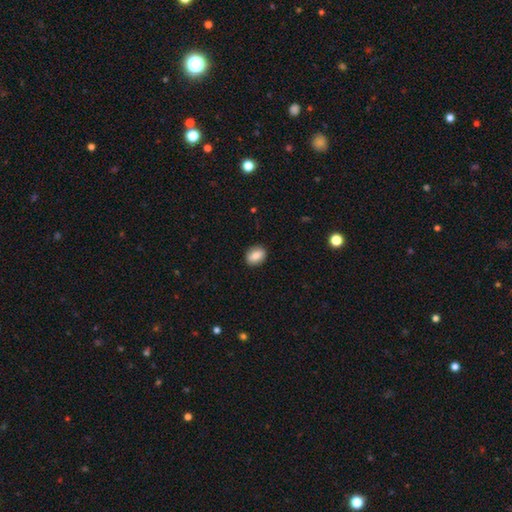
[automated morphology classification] Smooth or featured? smooth (82%)
How rounded? in between (63%)
Merging? none (89%)